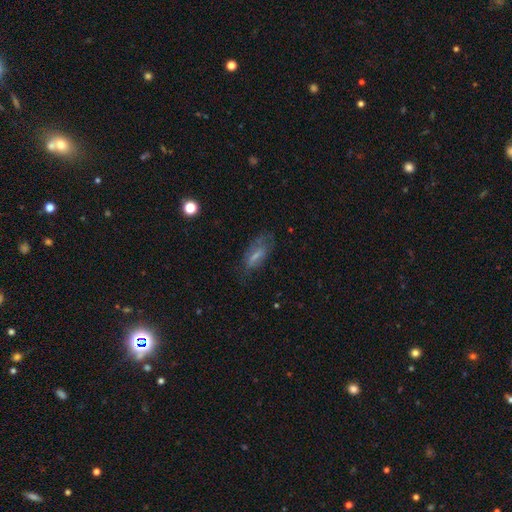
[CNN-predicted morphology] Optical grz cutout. It shows a smooth galaxy with no disk features (52%) that is in between round and cigar-shaped (70%). Merging: none (56%).